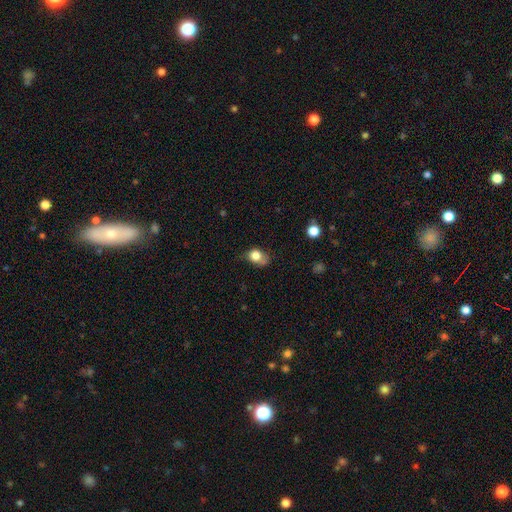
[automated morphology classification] Smooth or featured?
  - smooth: 79% *
  - featured or disk: 12%
  - star or artifact: 9%
How rounded?
  - in between: 51% *
  - round: 47%
  - cigar-shaped: 1%
Merging?
  - none: 41% *
  - minor disturbance: 37%
  - major disturbance: 18%
  - merger: 5%